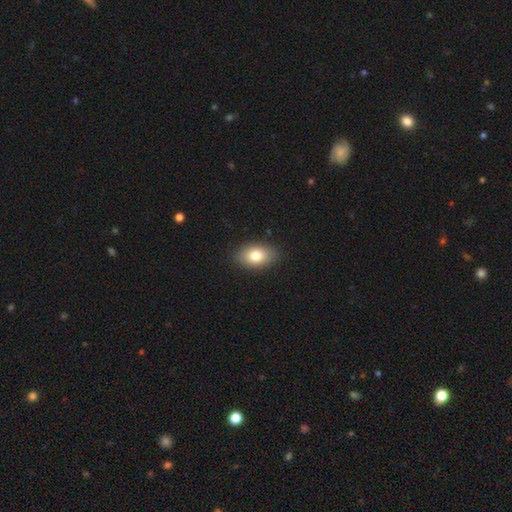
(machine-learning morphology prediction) smooth 80%, featured or disk 12%, star or artifact 8%. Down the decision tree: how rounded — in between (88%); merging — none (88%).